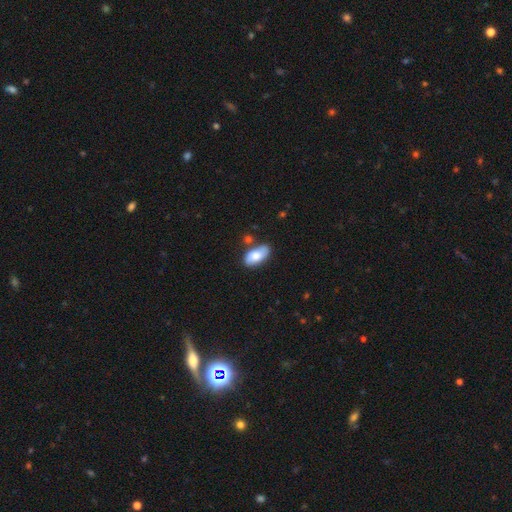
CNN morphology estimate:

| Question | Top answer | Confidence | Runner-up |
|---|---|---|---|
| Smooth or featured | smooth | 69% | featured or disk (25%) |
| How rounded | in between | 93% | round (4%) |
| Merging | none | 64% | minor disturbance (20%) |